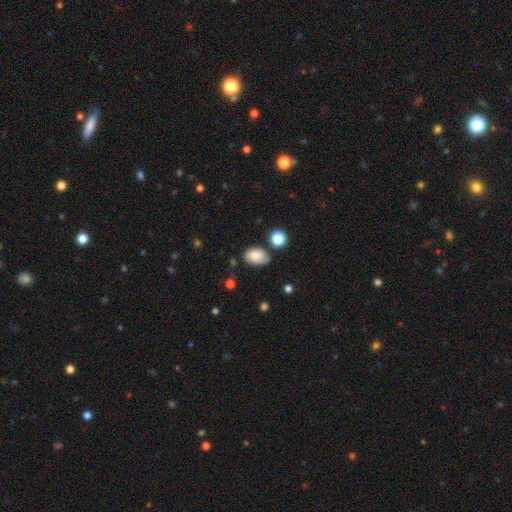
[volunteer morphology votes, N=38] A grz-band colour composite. It shows a smooth galaxy with no disk features (89%) that is in between round and cigar-shaped (94%). Merging: none (68%).